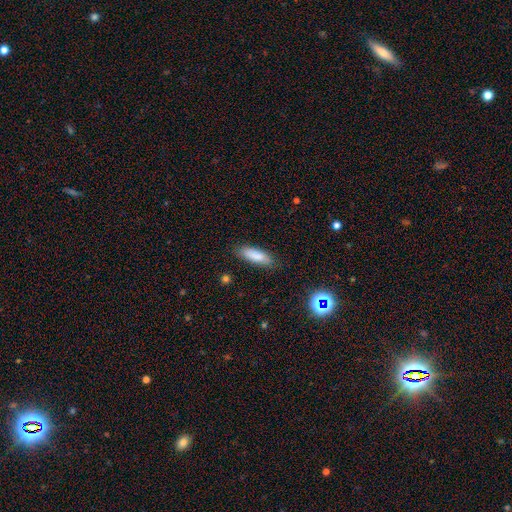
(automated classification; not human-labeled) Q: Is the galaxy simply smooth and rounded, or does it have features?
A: smooth — 84%.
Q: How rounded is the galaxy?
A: in between — 54%.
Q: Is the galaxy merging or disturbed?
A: none — 82%.